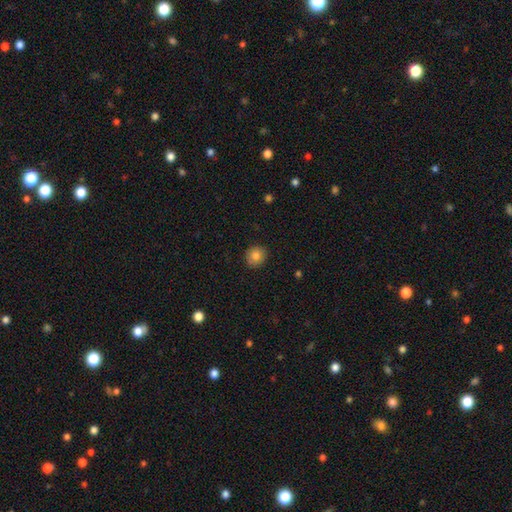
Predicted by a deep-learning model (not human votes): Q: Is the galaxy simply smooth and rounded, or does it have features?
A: smooth — 83%.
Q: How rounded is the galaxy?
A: round — 86%.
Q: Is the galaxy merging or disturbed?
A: none — 89%.